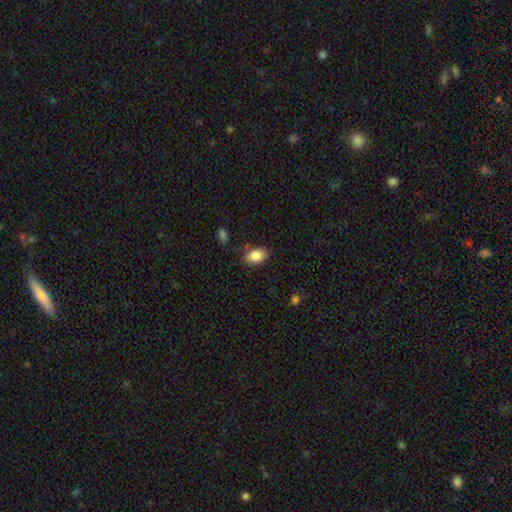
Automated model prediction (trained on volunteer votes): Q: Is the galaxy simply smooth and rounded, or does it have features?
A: smooth — 85%.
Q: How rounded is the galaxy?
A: in between — 90%.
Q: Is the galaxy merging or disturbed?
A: none — 77%.